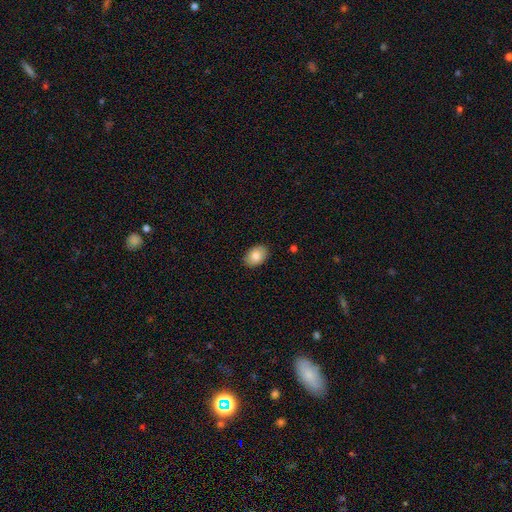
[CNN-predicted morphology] smooth-or-featured: smooth: 83% | featured or disk: 10% | star or artifact: 7%
  how-rounded: in between: 84% | round: 15% | cigar-shaped: 1%
  merging: none: 89% | minor disturbance: 8% | major disturbance: 2% | merger: 1%